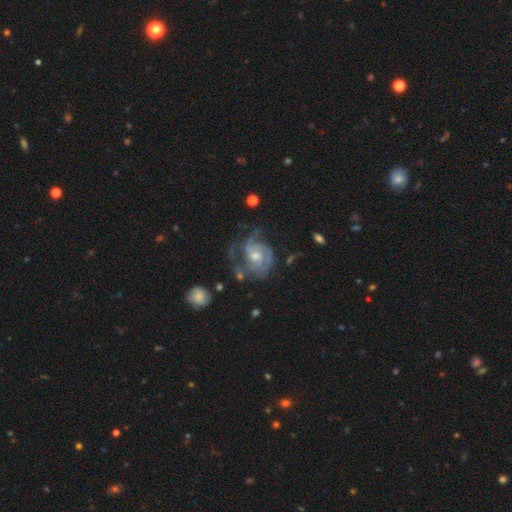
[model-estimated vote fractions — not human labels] Morphology: type=featured or disk (85%); edge-on=no (98%); bar=no (59%); spiral arms=yes (94%); winding=tight (57%); arm count=2 (37%); bulge=moderate (60%); merging=none (48%).